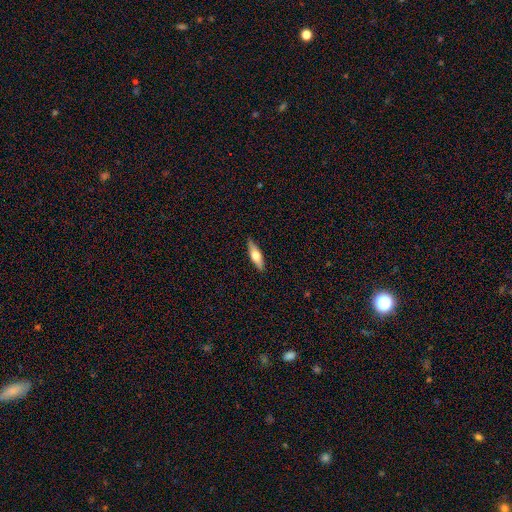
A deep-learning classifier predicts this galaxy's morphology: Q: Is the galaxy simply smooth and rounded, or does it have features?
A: smooth — 56%.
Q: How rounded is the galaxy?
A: cigar-shaped — 57%.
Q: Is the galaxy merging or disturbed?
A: none — 89%.